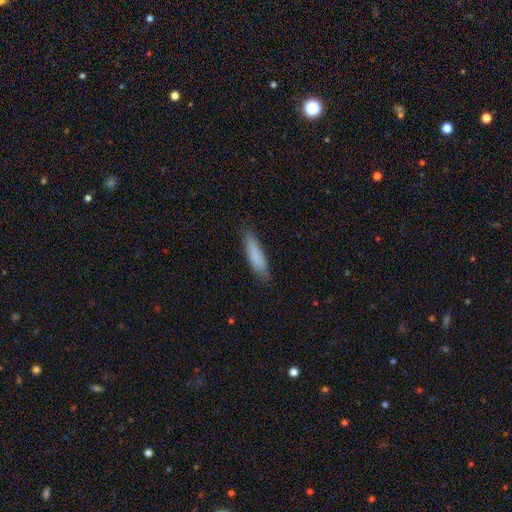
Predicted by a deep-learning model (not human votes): A smooth galaxy with no disk features (85%) that is cigar-shaped (75%).

Vote fractions:
- Smooth or featured? smooth: 85% / featured or disk: 9% / star or artifact: 6%
- How rounded? cigar-shaped: 75% / in between: 24% / round: 1%
- Merging? none: 84% / minor disturbance: 12% / major disturbance: 2% / merger: 1%